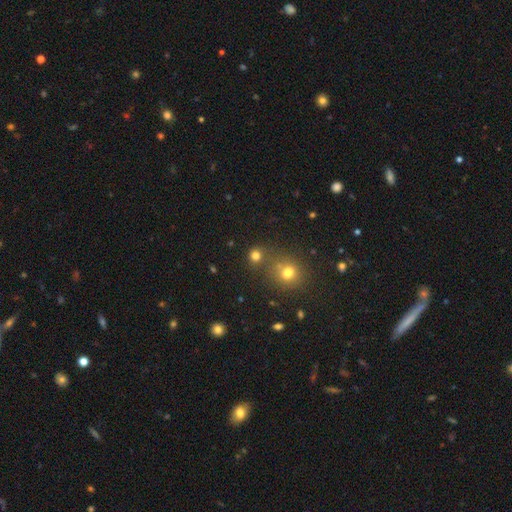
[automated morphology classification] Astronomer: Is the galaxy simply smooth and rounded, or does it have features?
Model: smooth — 75%.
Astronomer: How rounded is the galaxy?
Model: round — 88%.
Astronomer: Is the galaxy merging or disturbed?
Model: none — 68%.